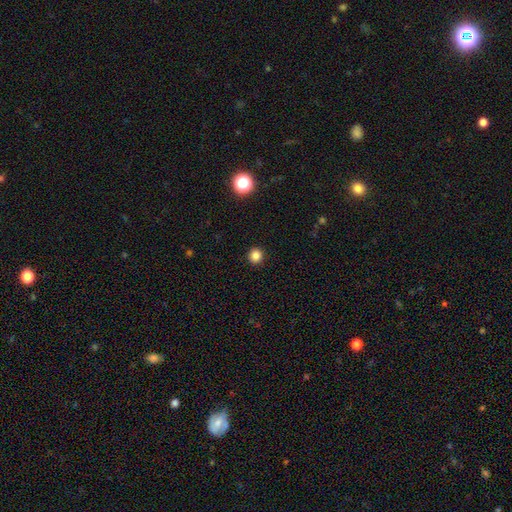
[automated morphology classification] A smooth galaxy with no disk features (83%) that is round (94%).

Vote fractions:
- Smooth or featured? smooth: 83% / star or artifact: 13% / featured or disk: 4%
- How rounded? round: 94% / in between: 5% / cigar-shaped: 1%
- Merging? none: 93% / minor disturbance: 4% / major disturbance: 2% / merger: 1%